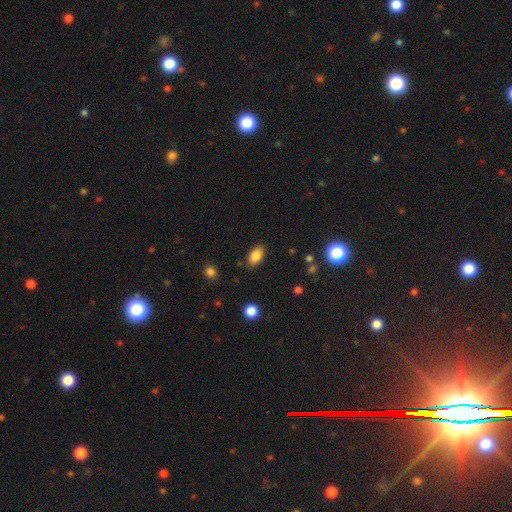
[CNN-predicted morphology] Smooth or featured?
  - smooth: 86% *
  - star or artifact: 9%
  - featured or disk: 6%
How rounded?
  - in between: 89% *
  - round: 9%
  - cigar-shaped: 2%
Merging?
  - none: 84% *
  - minor disturbance: 11%
  - major disturbance: 3%
  - merger: 2%